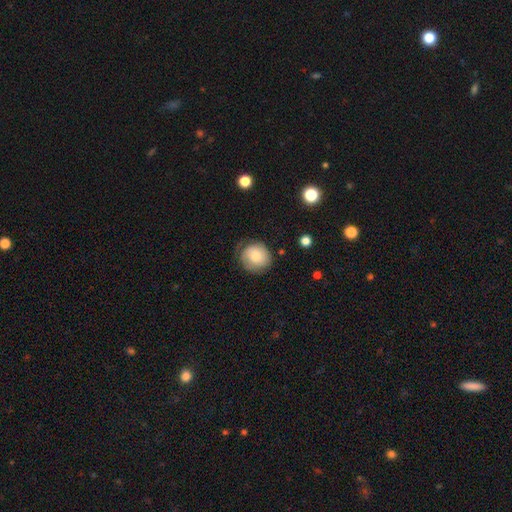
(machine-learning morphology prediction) Smooth or featured: smooth — 72% (featured or disk — 21%)
How rounded: round — 86% (in between — 13%)
Merging: none — 67% (minor disturbance — 24%)